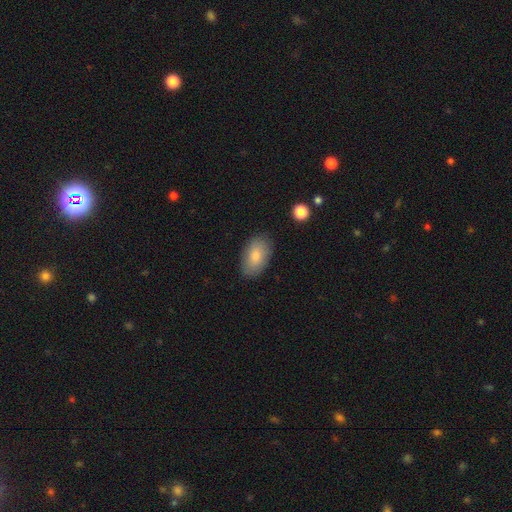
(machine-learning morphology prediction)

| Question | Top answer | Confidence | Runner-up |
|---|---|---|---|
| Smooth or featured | smooth | 83% | featured or disk (11%) |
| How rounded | in between | 94% | round (5%) |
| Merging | none | 84% | minor disturbance (12%) |